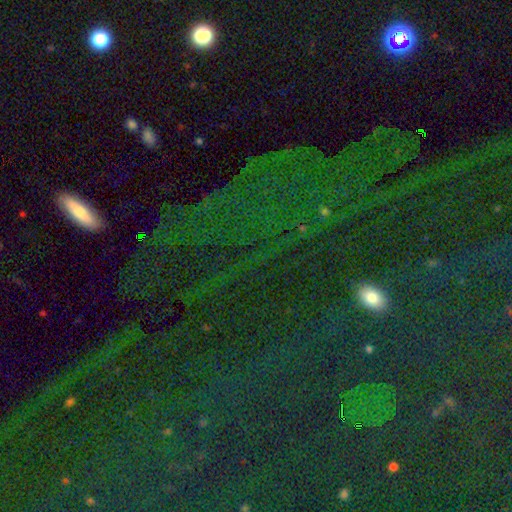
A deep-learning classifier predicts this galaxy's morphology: Overall: star or artifact (63%; smooth 25%).